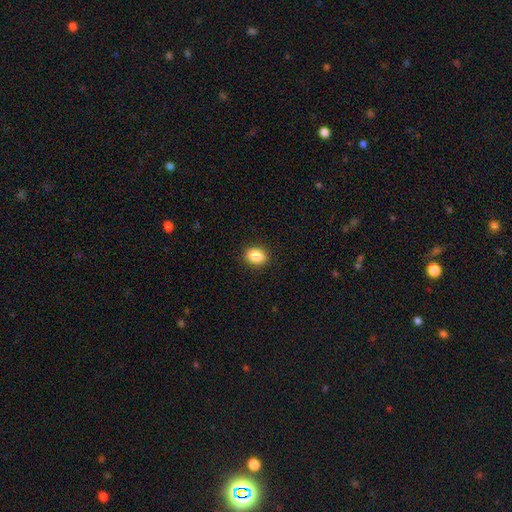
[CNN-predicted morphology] Smooth or featured: smooth — 88% (star or artifact — 8%)
How rounded: in between — 63% (round — 35%)
Merging: none — 90% (minor disturbance — 7%)